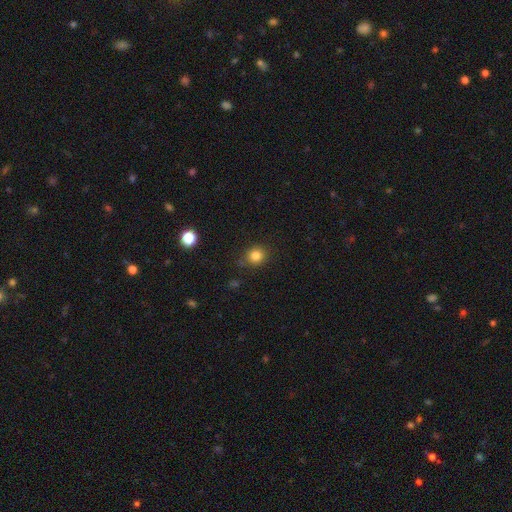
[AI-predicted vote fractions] Smooth or featured: smooth — 83% (star or artifact — 12%)
How rounded: round — 83% (in between — 16%)
Merging: none — 83% (minor disturbance — 12%)